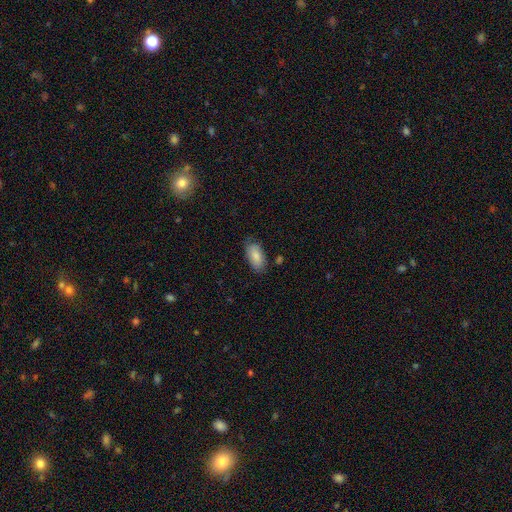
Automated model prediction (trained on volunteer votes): smooth_or_featured: smooth (p=0.84) [alt: featured or disk p=0.10]
how_rounded: in between (p=0.93) [alt: cigar-shaped p=0.05]
merging: none (p=0.75) [alt: minor disturbance p=0.19]